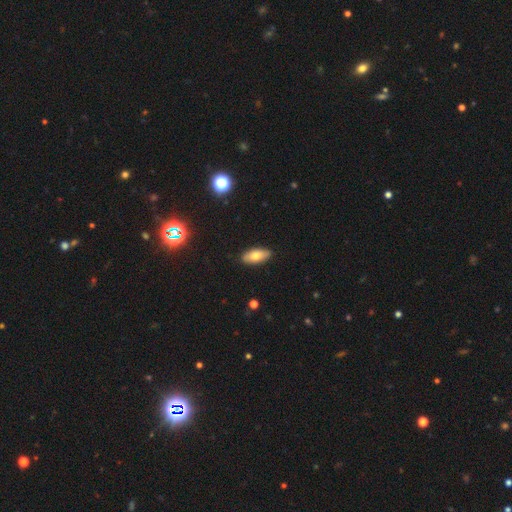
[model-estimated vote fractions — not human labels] Smooth or featured? Predicted: smooth (p=0.73). How rounded? Predicted: in between (p=0.83). Merging? Predicted: none (p=0.88).